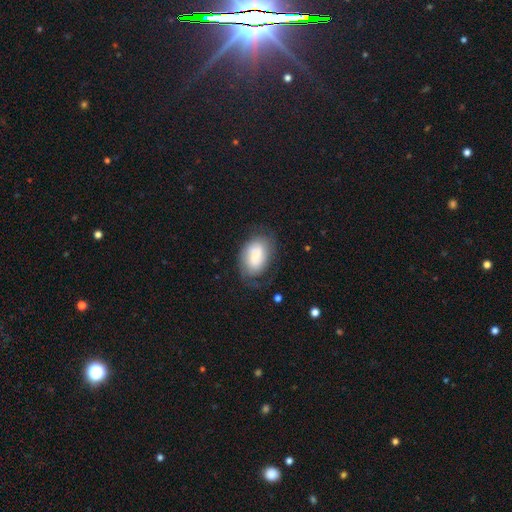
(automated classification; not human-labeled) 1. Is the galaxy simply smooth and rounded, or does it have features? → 59% smooth, 32% featured or disk, 9% star or artifact.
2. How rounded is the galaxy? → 87% in between, 12% round, 1% cigar-shaped.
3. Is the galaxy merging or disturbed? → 56% none, 25% minor disturbance, 16% major disturbance, 2% merger.